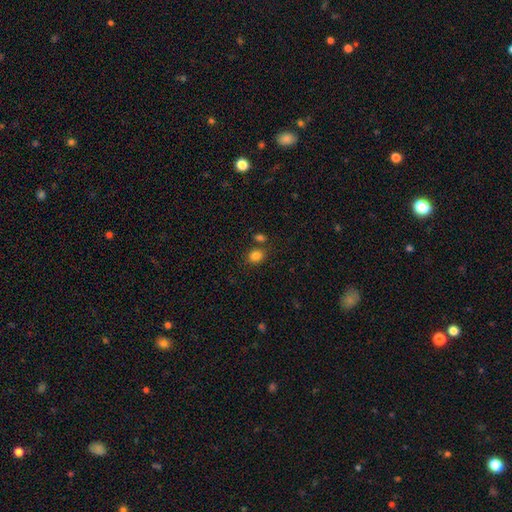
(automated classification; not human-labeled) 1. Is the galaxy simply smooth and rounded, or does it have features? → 83% smooth, 11% star or artifact, 5% featured or disk.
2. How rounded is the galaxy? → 54% round, 45% in between, 1% cigar-shaped.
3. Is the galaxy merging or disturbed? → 74% none, 12% merger, 11% minor disturbance, 3% major disturbance.